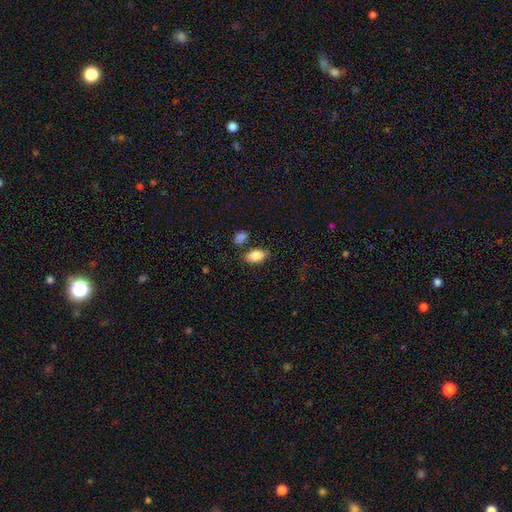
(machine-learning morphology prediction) A smooth galaxy with no disk features (85%) that is in between round and cigar-shaped (93%). Merging: none (80%).